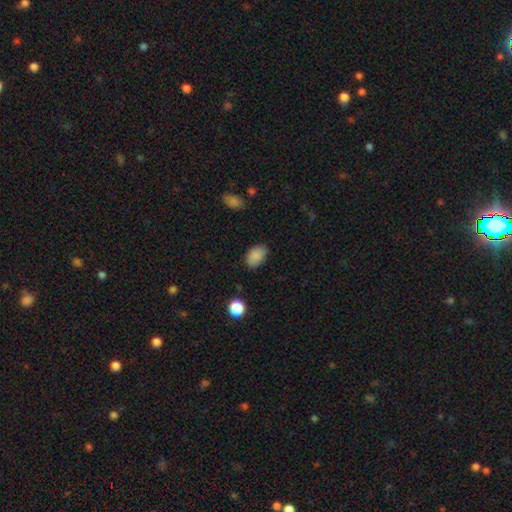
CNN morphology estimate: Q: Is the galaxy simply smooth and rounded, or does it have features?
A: smooth — 87%.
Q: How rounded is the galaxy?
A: in between — 86%.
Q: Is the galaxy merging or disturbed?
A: none — 80%.